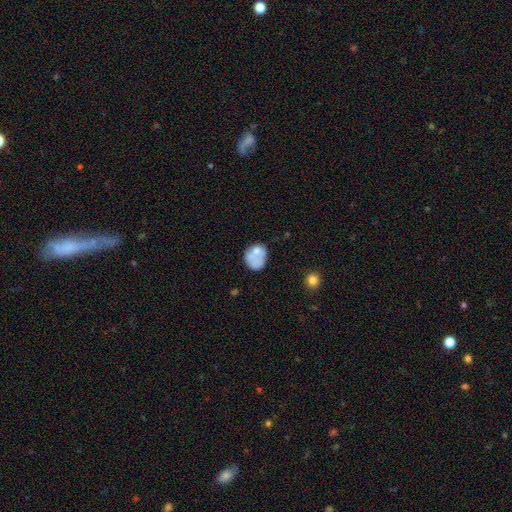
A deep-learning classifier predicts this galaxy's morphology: type=smooth (63%); roundness=round (57%); merging=none (43%).